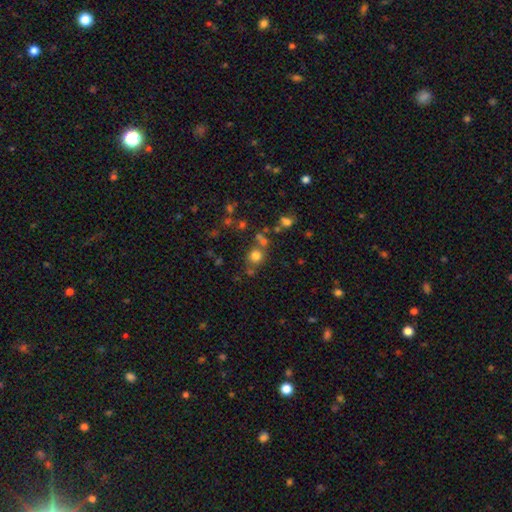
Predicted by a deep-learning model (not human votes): Morphology: type=smooth (75%); roundness=round (87%); merging=none (70%).